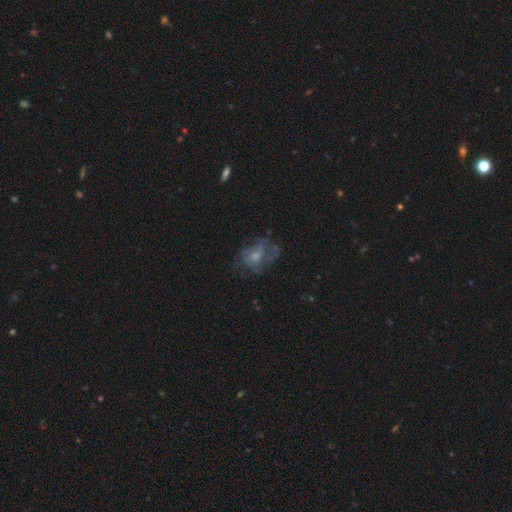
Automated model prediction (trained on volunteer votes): Q: Smooth or featured?
A: featured or disk (50%); runner-up: smooth (38%)
Q: Edge-on disk?
A: no (96%); runner-up: yes (4%)
Q: Merging?
A: none (47%); runner-up: major disturbance (28%)